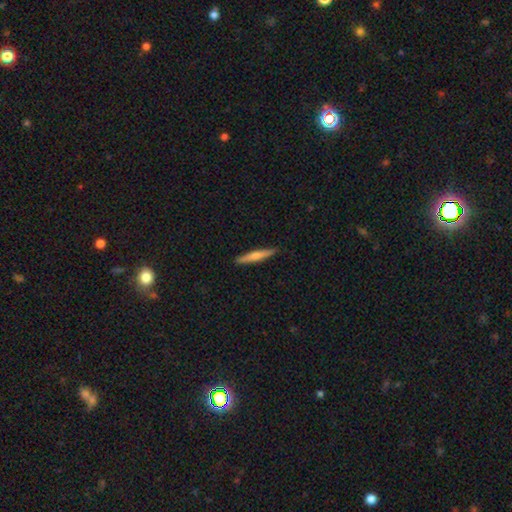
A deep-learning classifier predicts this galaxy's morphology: smooth-or-featured: smooth: 61% | featured or disk: 34% | star or artifact: 5%
  how-rounded: cigar-shaped: 93% | in between: 5% | round: 1%
  merging: none: 90% | minor disturbance: 7% | major disturbance: 1% | merger: 1%